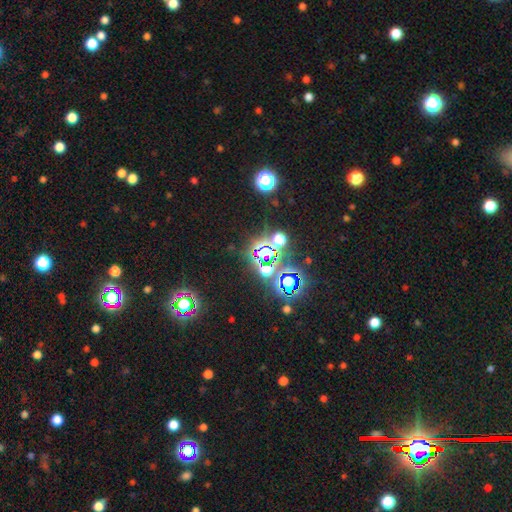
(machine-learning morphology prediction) Overall: star or artifact (80%).